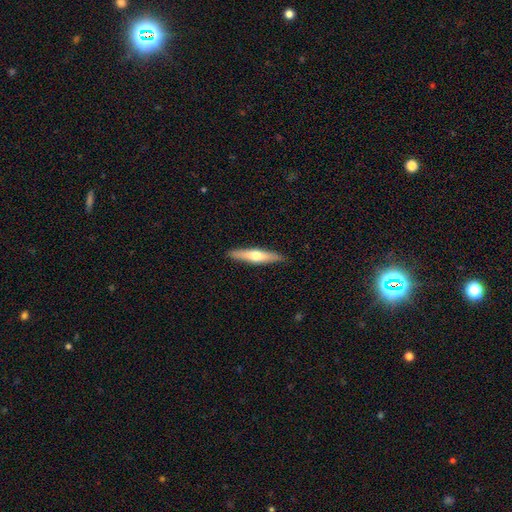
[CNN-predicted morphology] Smooth or featured? Predicted: featured or disk (p=0.48). Merging? Predicted: none (p=0.89).